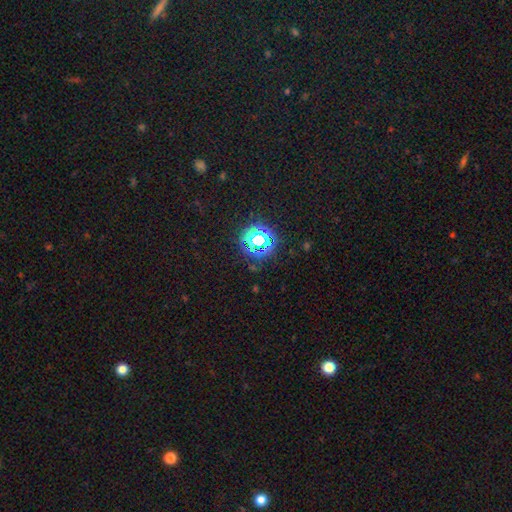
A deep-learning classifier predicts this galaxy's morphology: This is likely a star or artifact rather than a galaxy (68%).